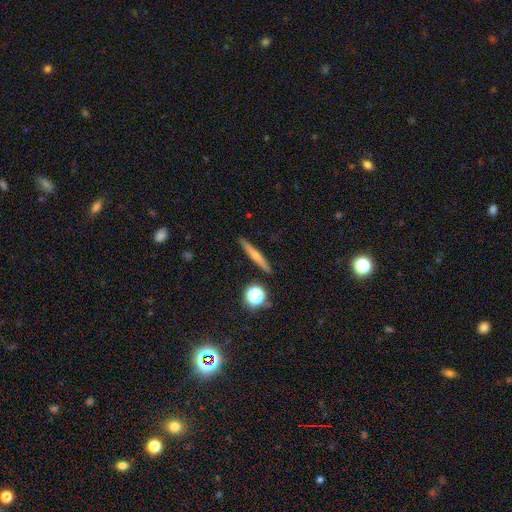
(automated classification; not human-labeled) A smooth galaxy with no disk features (51%) that is cigar-shaped (87%).

Vote fractions:
- Smooth or featured? smooth: 51% / featured or disk: 39% / star or artifact: 10%
- How rounded? cigar-shaped: 87% / in between: 7% / round: 6%
- Merging? none: 89% / minor disturbance: 7% / merger: 2% / major disturbance: 2%